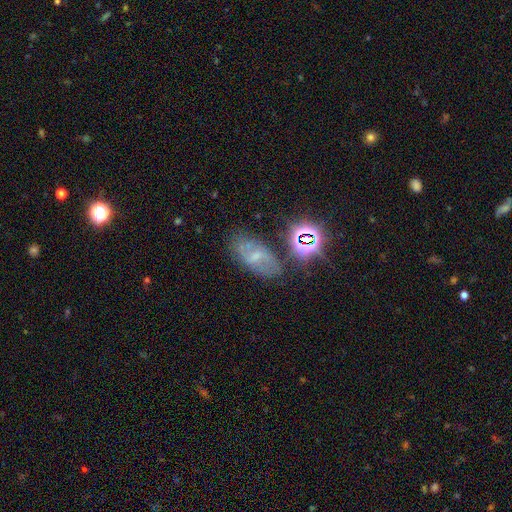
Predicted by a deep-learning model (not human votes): This is possibly a featured or disk galaxy (50%). Merging: likely none (69%).